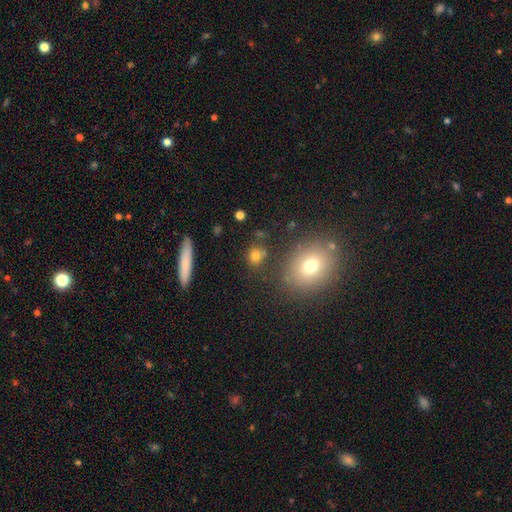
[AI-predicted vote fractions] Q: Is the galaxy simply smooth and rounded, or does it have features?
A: smooth — 75%.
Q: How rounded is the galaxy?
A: round — 78%.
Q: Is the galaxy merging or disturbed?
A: none — 75%.